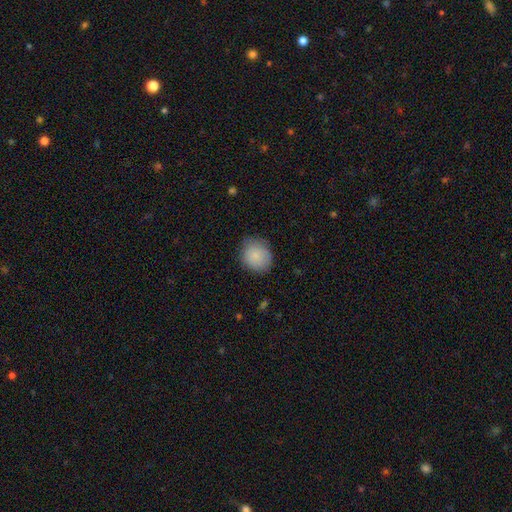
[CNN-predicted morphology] smooth_or_featured: smooth (p=0.85) [alt: featured or disk p=0.07]
how_rounded: round (p=0.71) [alt: in between p=0.28]
merging: none (p=0.77) [alt: minor disturbance p=0.18]